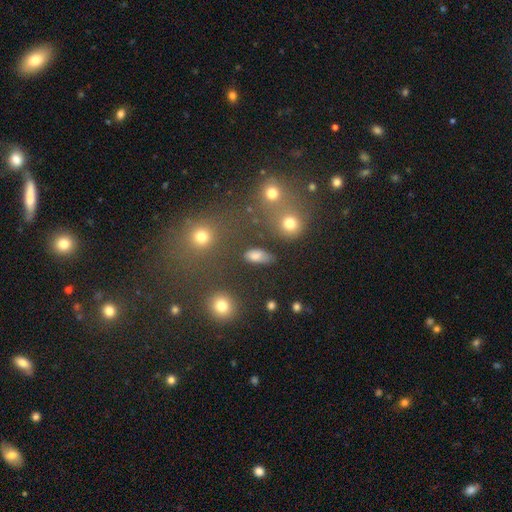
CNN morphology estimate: Smooth or featured? smooth (79%)
How rounded? in between (82%)
Merging? none (72%)